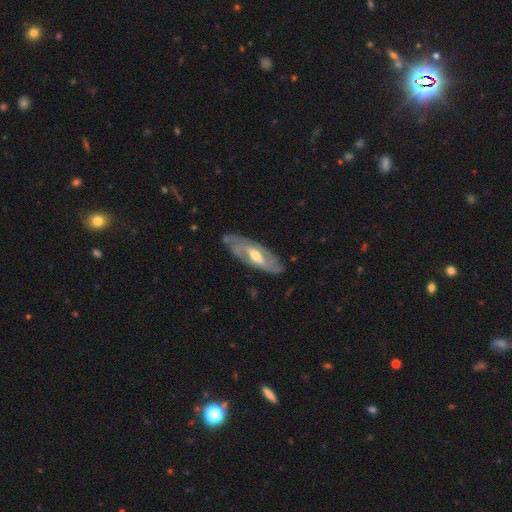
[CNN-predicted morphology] featured or disk 80%, smooth 15%, star or artifact 4%. Down the decision tree: edge-on disk — no (84%); bar — weak (43%); spiral arms — yes (84%); spiral arm count — 2 (56%); spiral winding — tight (53%); bulge size — moderate (71%); merging — none (77%).